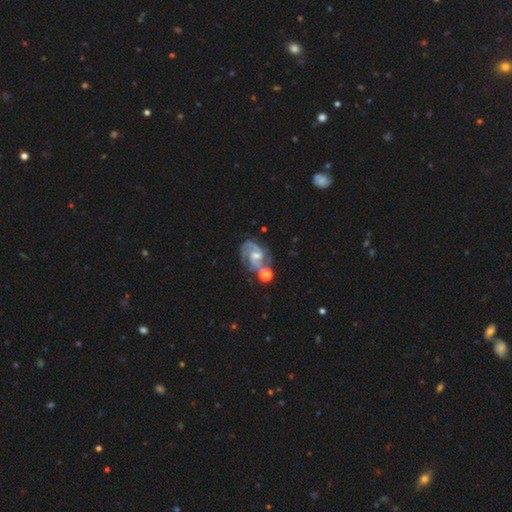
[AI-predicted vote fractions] smooth-or-featured: featured or disk: 85% | smooth: 8% | star or artifact: 7%
  disk-edge-on: no: 98% | yes: 2%
    bar: weak: 53% | no: 31% | strong: 16%
    has-spiral-arms: yes: 96% | no: 4%
      spiral-winding: medium: 56% | tight: 24% | loose: 21%
      spiral-arm-count: 2: 71% | 3: 13% | can't tell: 8% | 1: 4% | 4: 3% | more than 4: 2%
    bulge-size: small: 47% | moderate: 38% | none: 10% | large: 3% | dominant: 1%
  merging: none: 49% | merger: 19% | minor disturbance: 18% | major disturbance: 13%